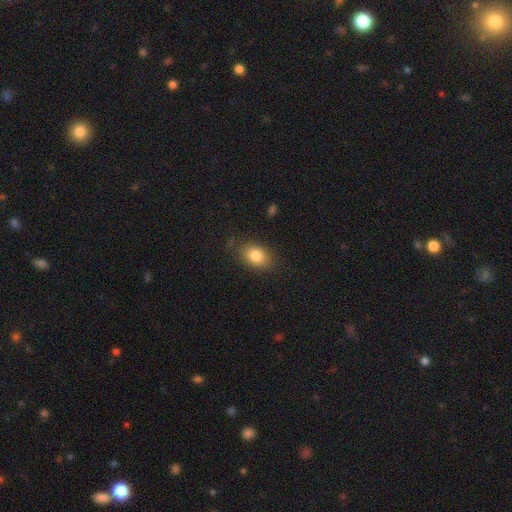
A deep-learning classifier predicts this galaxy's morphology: A smooth galaxy with no disk features (83%) that is in between round and cigar-shaped (75%).

Vote fractions:
- Smooth or featured? smooth: 83% / star or artifact: 9% / featured or disk: 8%
- How rounded? in between: 75% / round: 24% / cigar-shaped: 1%
- Merging? none: 80% / minor disturbance: 14% / major disturbance: 4% / merger: 2%